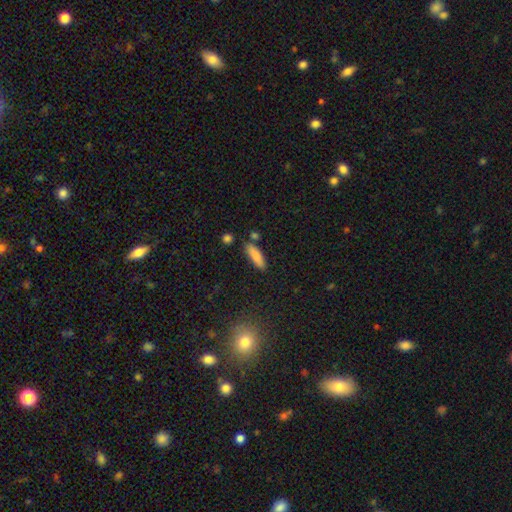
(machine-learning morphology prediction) smooth 84%, featured or disk 9%, star or artifact 7%. Down the decision tree: how rounded — cigar-shaped (54%); merging — none (79%).